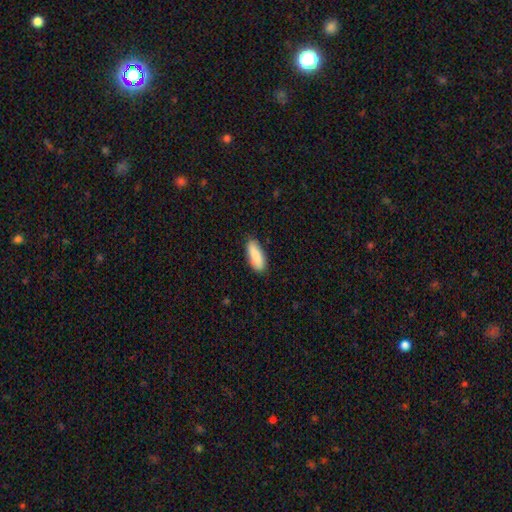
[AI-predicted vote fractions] This is clearly a smooth galaxy (86%). How rounded: likely in between (68%). Merging: clearly none (84%).